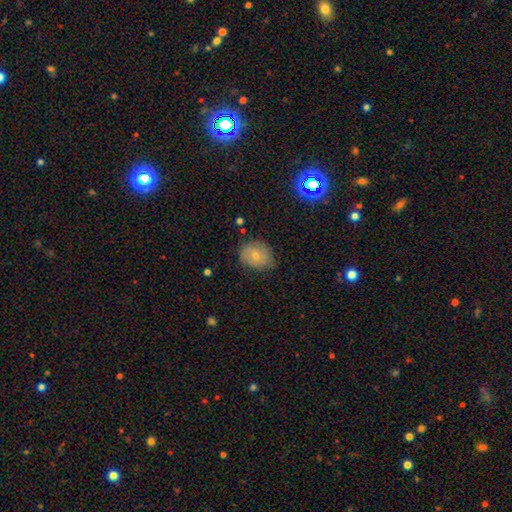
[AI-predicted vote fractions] Q: Smooth or featured?
A: smooth (68%); runner-up: featured or disk (22%)
Q: How rounded?
A: round (65%); runner-up: in between (34%)
Q: Merging?
A: none (68%); runner-up: minor disturbance (25%)